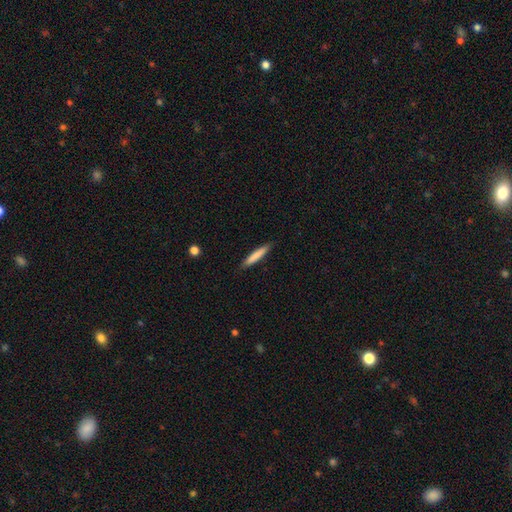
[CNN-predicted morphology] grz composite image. It shows a smooth galaxy with no disk features (79%) that is cigar-shaped (92%). Merging: none (87%).